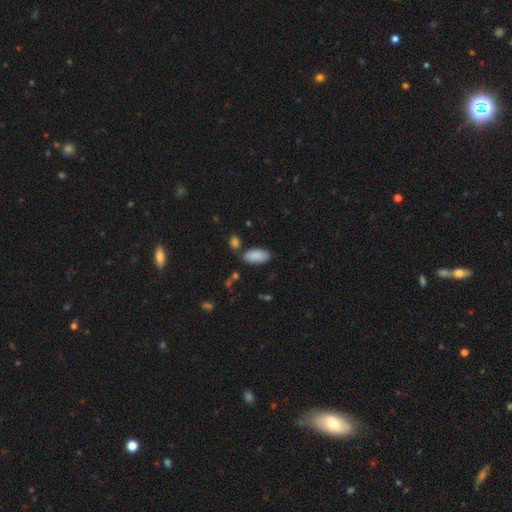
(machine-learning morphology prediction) This is clearly a smooth galaxy (90%). How rounded: clearly in between (93%). Merging: likely none (80%).